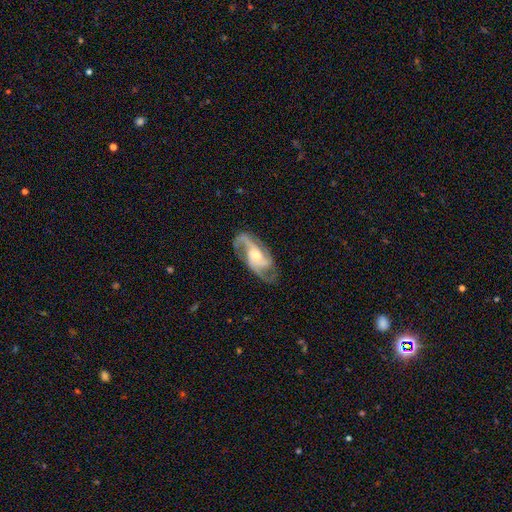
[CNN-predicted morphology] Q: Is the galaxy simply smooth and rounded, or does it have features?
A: featured or disk — 88%.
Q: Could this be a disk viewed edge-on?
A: no — 96%.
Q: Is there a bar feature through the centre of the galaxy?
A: no — 53%.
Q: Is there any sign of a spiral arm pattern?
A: yes — 97%.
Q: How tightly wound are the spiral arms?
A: medium — 53%.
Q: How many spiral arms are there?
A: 2 — 42%.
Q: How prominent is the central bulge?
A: moderate — 57%.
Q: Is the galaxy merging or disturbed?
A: none — 71%.